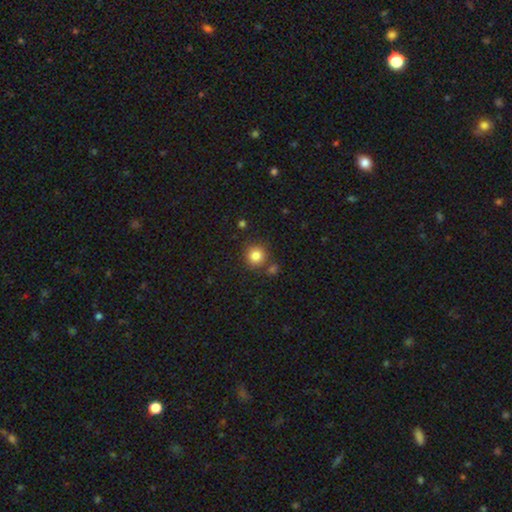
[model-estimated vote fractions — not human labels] Smooth or featured?
  - smooth: 84% *
  - star or artifact: 11%
  - featured or disk: 5%
How rounded?
  - round: 91% *
  - in between: 8%
  - cigar-shaped: 1%
Merging?
  - none: 79% *
  - merger: 9%
  - minor disturbance: 9%
  - major disturbance: 3%